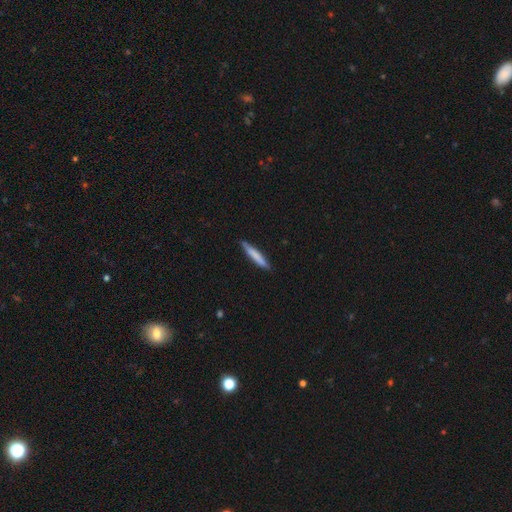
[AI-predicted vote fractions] smooth 75%, featured or disk 20%, star or artifact 5%. Down the decision tree: how rounded — cigar-shaped (93%); merging — none (84%).